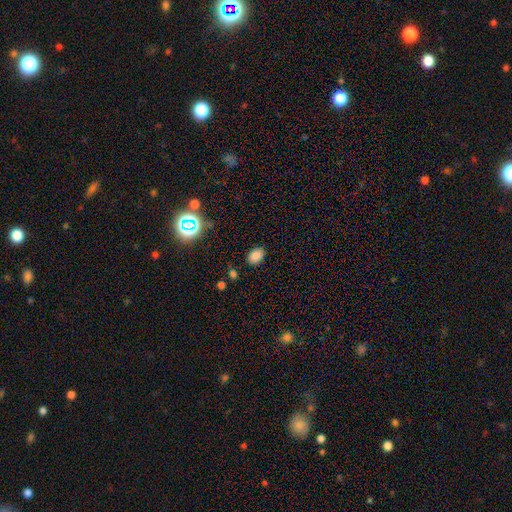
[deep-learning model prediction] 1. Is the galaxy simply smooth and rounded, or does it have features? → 82% smooth, 14% star or artifact, 4% featured or disk.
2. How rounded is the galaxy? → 80% in between, 19% round, 1% cigar-shaped.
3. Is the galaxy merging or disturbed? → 84% none, 11% minor disturbance, 3% major disturbance, 2% merger.